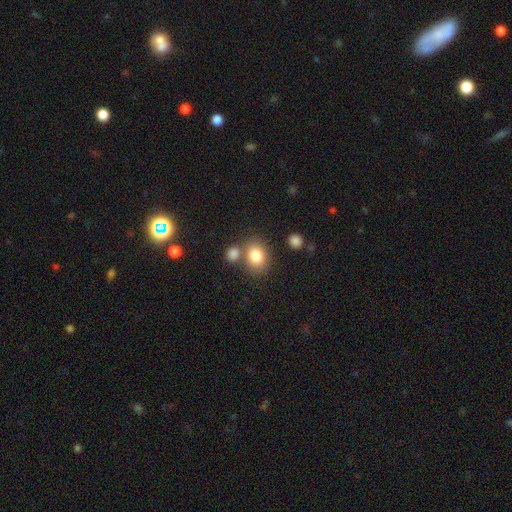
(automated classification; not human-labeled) Smooth or featured? smooth (81%)
How rounded? in between (51%)
Merging? none (62%)